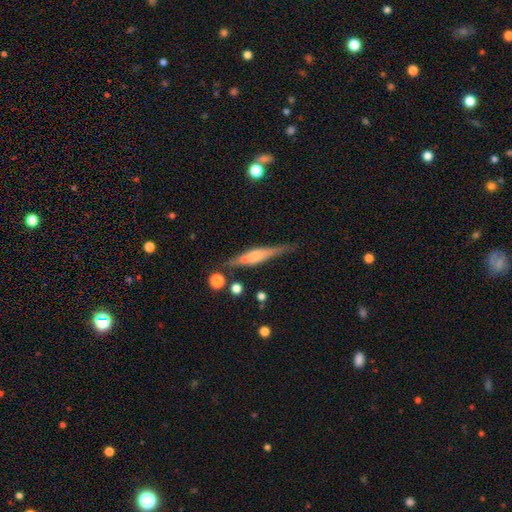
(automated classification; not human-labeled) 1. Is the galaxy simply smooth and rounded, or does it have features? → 72% featured or disk, 21% smooth, 7% star or artifact.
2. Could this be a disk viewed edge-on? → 96% yes, 4% no.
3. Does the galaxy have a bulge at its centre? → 72% rounded, 18% boxy, 10% none.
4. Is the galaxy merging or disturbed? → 79% none, 13% minor disturbance, 4% merger, 3% major disturbance.